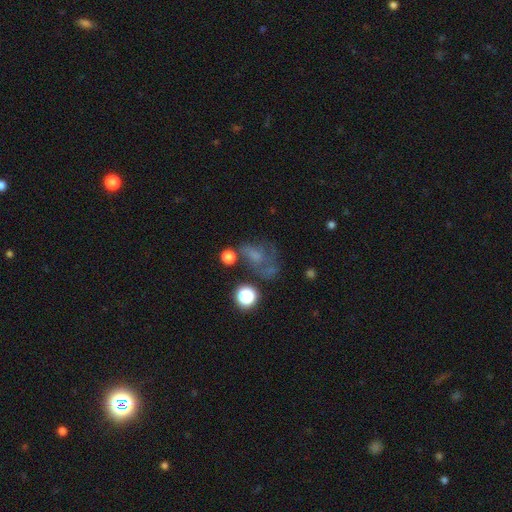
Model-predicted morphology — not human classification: Smooth or featured? featured or disk (39%)
Merging? none (35%, tied with major disturbance)